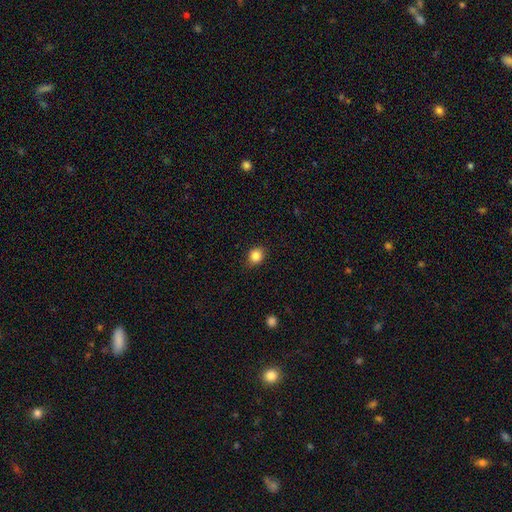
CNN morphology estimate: A smooth galaxy with no disk features (86%) that is round (70%).

Vote fractions:
- Smooth or featured? smooth: 86% / star or artifact: 10% / featured or disk: 4%
- How rounded? round: 70% / in between: 29% / cigar-shaped: 1%
- Merging? none: 86% / minor disturbance: 11% / major disturbance: 2% / merger: 1%